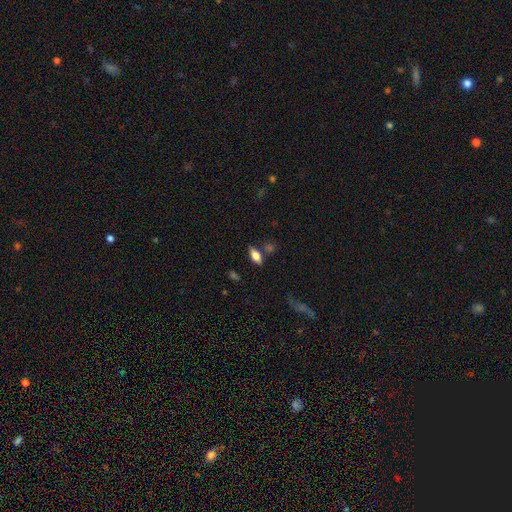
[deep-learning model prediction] This appears to be a smooth galaxy with no disk features (69%) that is in between round and cigar-shaped (84%). Merging: none (76%).